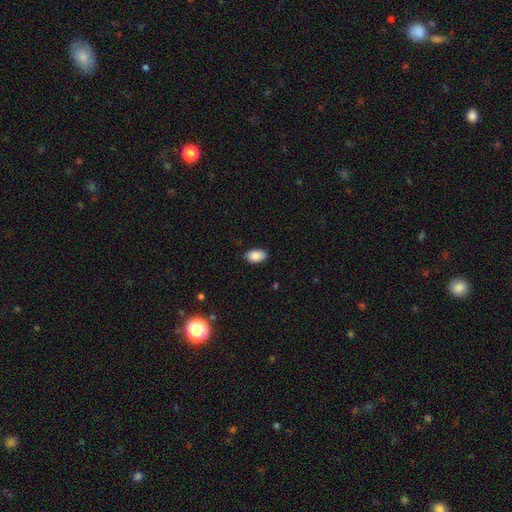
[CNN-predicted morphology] Smooth or featured? smooth (89%)
How rounded? in between (93%)
Merging? none (87%)